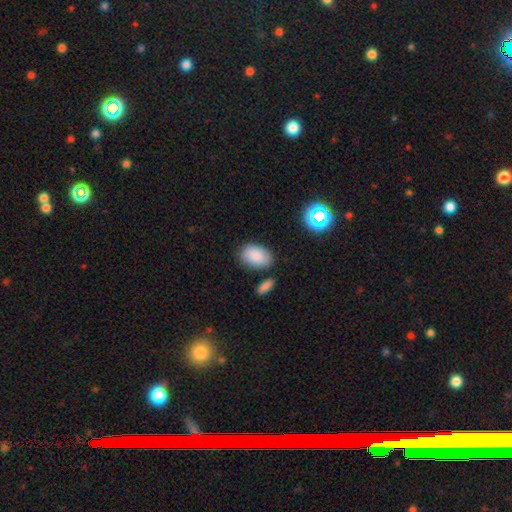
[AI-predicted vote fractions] Overall: smooth (87%). How rounded: in between (91%). Merging: none (75%).